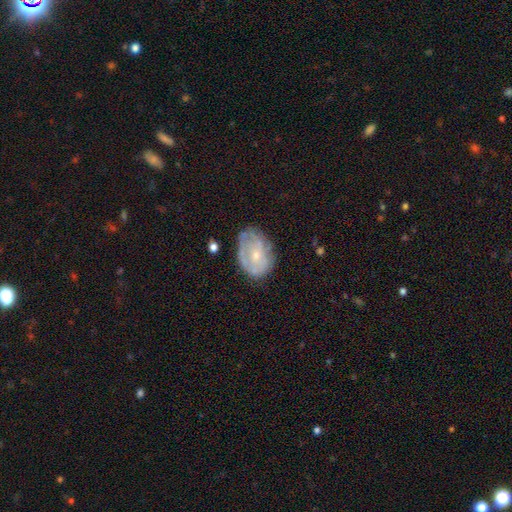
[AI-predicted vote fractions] Q: Smooth or featured?
A: featured or disk (57%); runner-up: smooth (36%)
Q: Edge-on disk?
A: no (96%); runner-up: yes (4%)
Q: Bar?
A: no (79%); runner-up: weak (18%)
Q: Spiral arms?
A: yes (51%); runner-up: no (49%)
Q: Bulge size?
A: small (66%); runner-up: moderate (29%)
Q: Merging?
A: none (58%); runner-up: minor disturbance (27%)